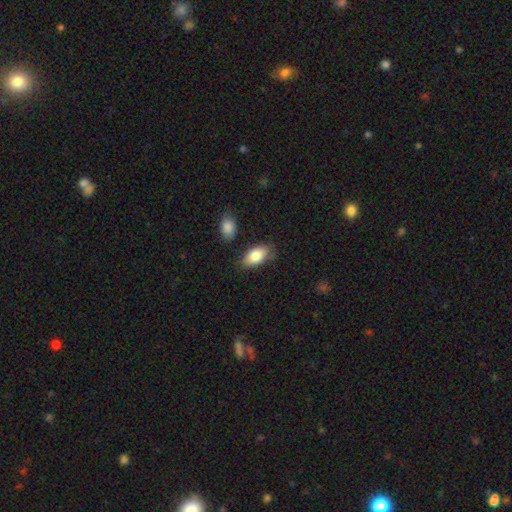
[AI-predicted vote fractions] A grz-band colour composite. It shows a smooth galaxy with no disk features (83%) that is in between round and cigar-shaped (93%). Merging: none (76%).